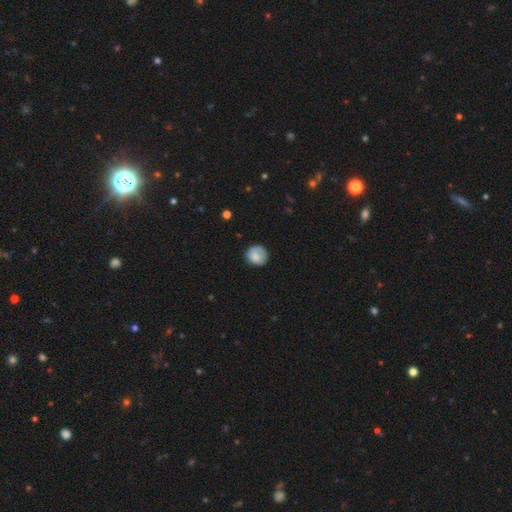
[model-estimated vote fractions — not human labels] smooth 80%, featured or disk 13%, star or artifact 8%. Down the decision tree: how rounded — round (87%); merging — none (72%).